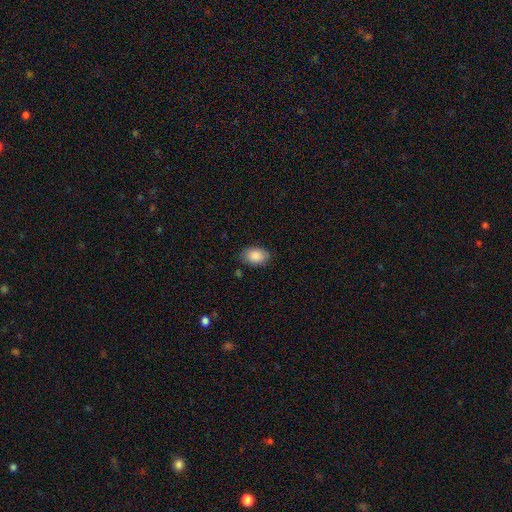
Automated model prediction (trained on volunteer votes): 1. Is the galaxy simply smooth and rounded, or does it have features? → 88% smooth, 7% star or artifact, 5% featured or disk.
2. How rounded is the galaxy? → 87% in between, 12% round, 1% cigar-shaped.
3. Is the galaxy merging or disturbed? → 80% none, 15% minor disturbance, 3% major disturbance, 2% merger.